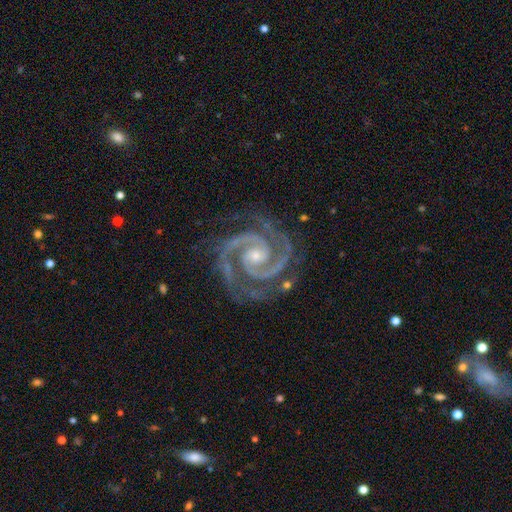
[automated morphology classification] This is clearly a featured or disk galaxy (94%). It is clearly not viewed edge-on (98%). Bar: possibly no (57%). Spiral arm pattern: clearly yes (99%). Spiral arm count: clearly 2 (89%). Spiral winding: likely tight (68%). Central bulge: likely small (64%). Merging: likely none (79%).